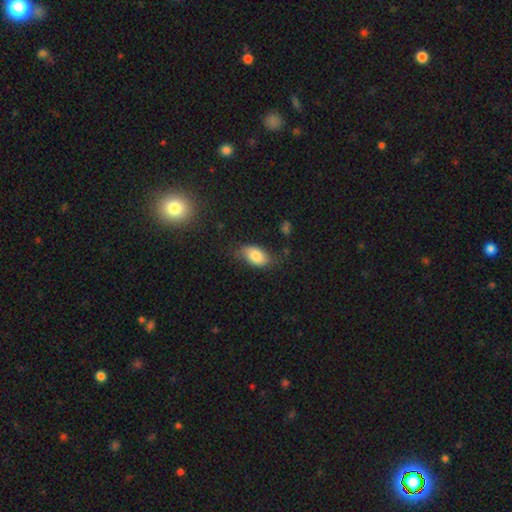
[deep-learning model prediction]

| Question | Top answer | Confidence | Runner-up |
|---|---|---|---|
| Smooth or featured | smooth | 80% | featured or disk (13%) |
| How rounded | in between | 92% | round (6%) |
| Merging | none | 65% | minor disturbance (25%) |